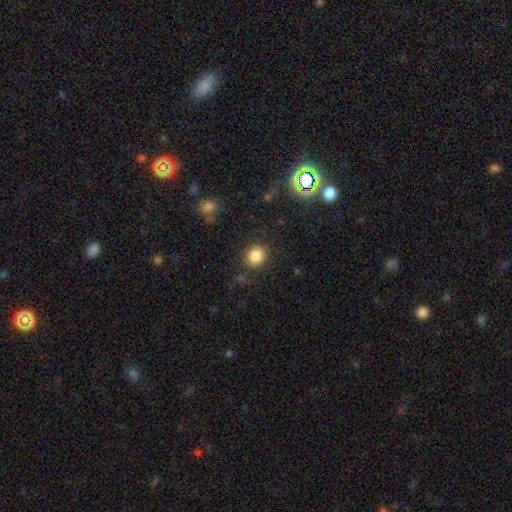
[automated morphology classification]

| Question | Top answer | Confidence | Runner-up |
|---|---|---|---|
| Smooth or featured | smooth | 84% | star or artifact (10%) |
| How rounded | round | 77% | in between (22%) |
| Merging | none | 83% | minor disturbance (11%) |